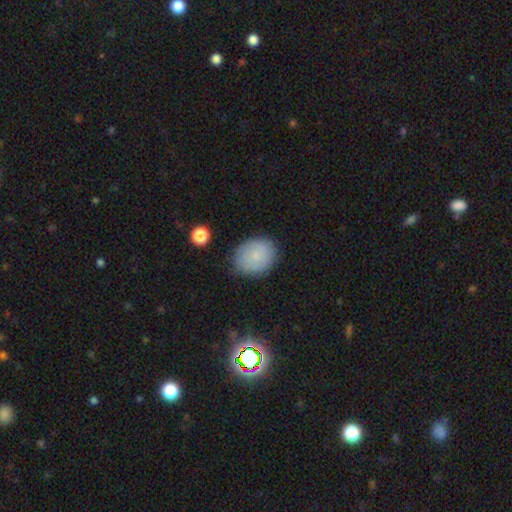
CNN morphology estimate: Q: Smooth or featured?
A: smooth (78%); runner-up: featured or disk (12%)
Q: How rounded?
A: in between (50%); runner-up: round (49%)
Q: Merging?
A: none (80%); runner-up: minor disturbance (15%)